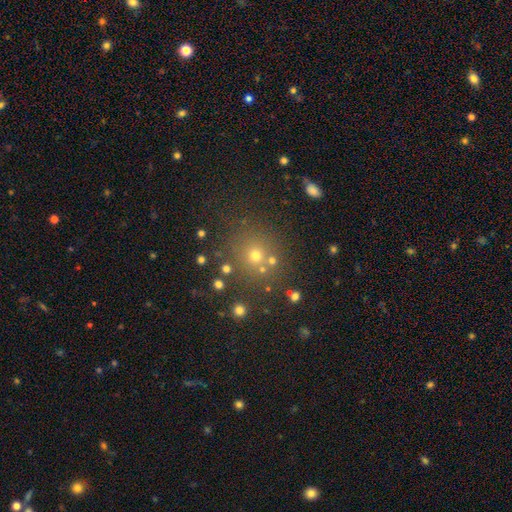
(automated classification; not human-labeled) The model was most divided on "smooth or featured": smooth: 54%, star or artifact: 35%, featured or disk: 11%. More confident: how rounded — round (90%); merging — none (74%).